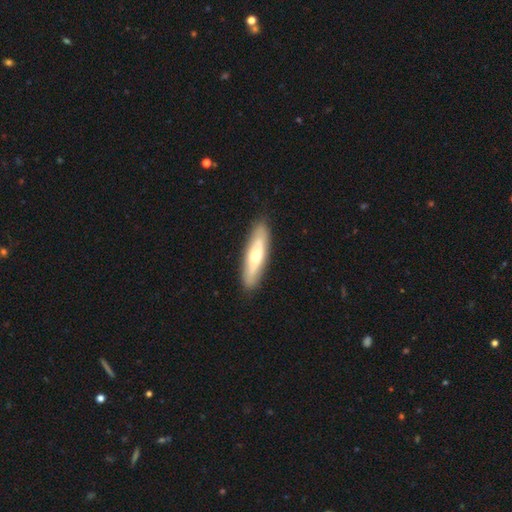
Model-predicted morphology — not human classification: A featured or disk galaxy (48%).

Vote fractions:
- Smooth or featured? featured or disk: 48% / smooth: 47% / star or artifact: 5%
- Merging? none: 89% / minor disturbance: 8% / major disturbance: 2% / merger: 1%